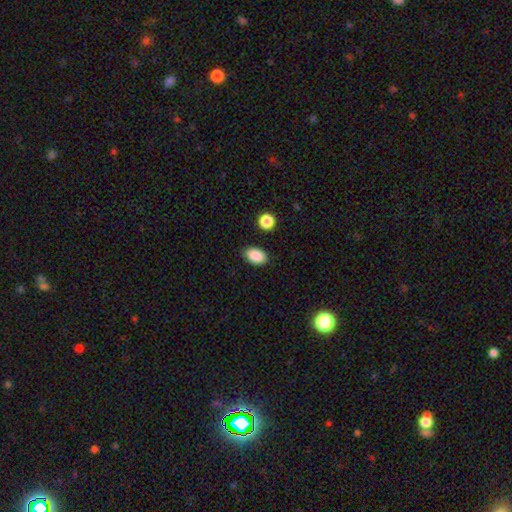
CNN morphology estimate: Overall: smooth (89%). How rounded: in between (89%). Merging: none (87%).